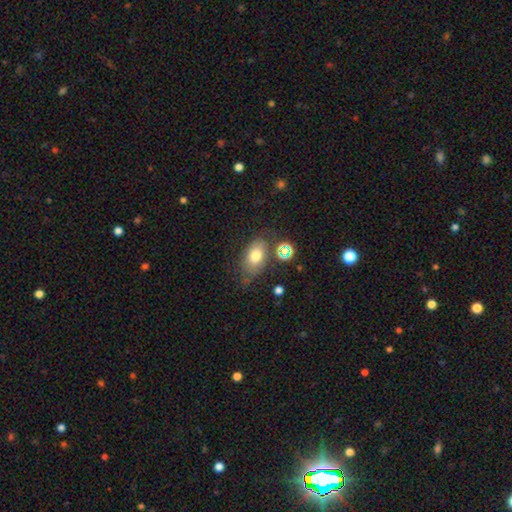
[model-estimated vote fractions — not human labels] Q: Smooth or featured?
A: smooth (72%); runner-up: featured or disk (15%)
Q: How rounded?
A: in between (85%); runner-up: round (13%)
Q: Merging?
A: none (63%); runner-up: minor disturbance (22%)